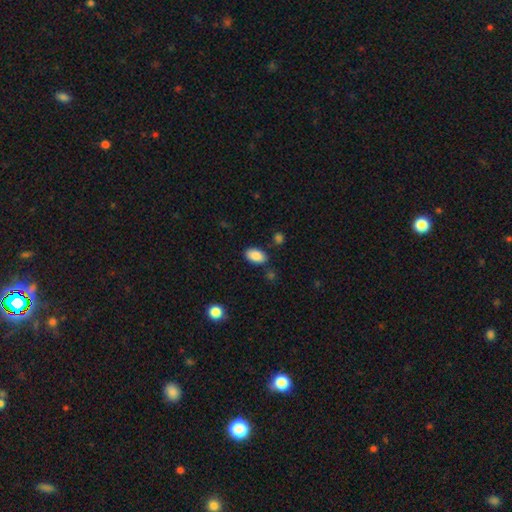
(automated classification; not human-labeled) Smooth or featured: smooth — 89% (star or artifact — 7%)
How rounded: in between — 93% (round — 5%)
Merging: none — 81% (minor disturbance — 12%)